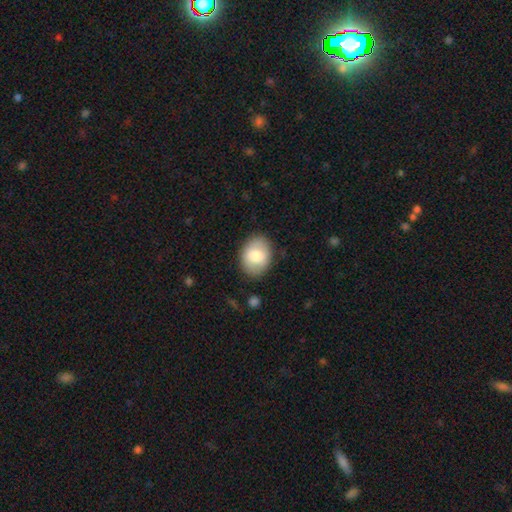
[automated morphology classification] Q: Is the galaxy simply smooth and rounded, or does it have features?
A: smooth — 77%.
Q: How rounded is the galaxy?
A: in between — 68%.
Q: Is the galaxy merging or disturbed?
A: none — 85%.